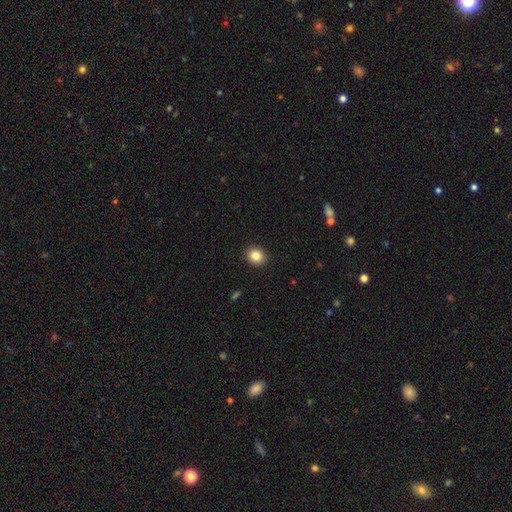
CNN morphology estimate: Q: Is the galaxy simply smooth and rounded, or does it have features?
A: smooth — 85%.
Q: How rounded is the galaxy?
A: round — 74%.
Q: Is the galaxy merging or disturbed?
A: none — 92%.